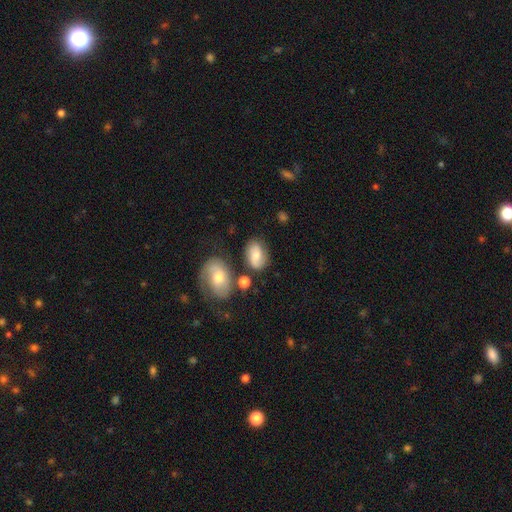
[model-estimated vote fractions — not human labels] This appears to be a smooth galaxy with no disk features (60%) that is in between round and cigar-shaped (82%). Merging: none (63%).